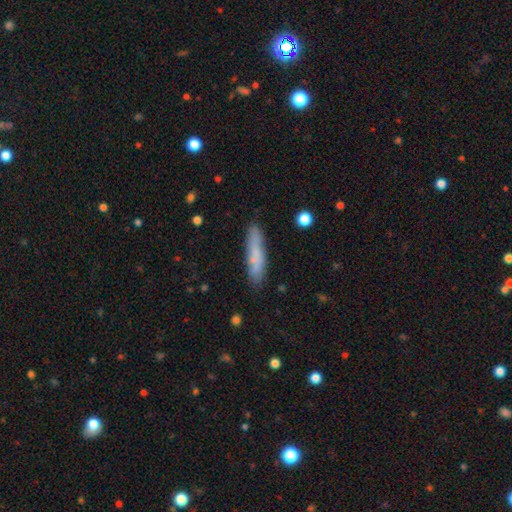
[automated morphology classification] A smooth galaxy with no disk features (69%) that is cigar-shaped (85%). Merging: none (83%).